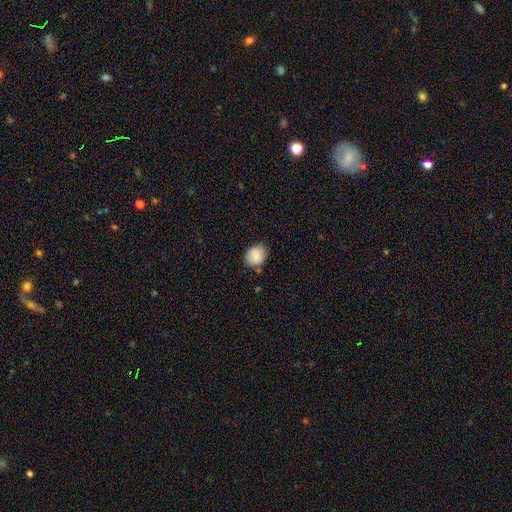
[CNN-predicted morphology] type=smooth (83%); roundness=round (72%); merging=none (78%).